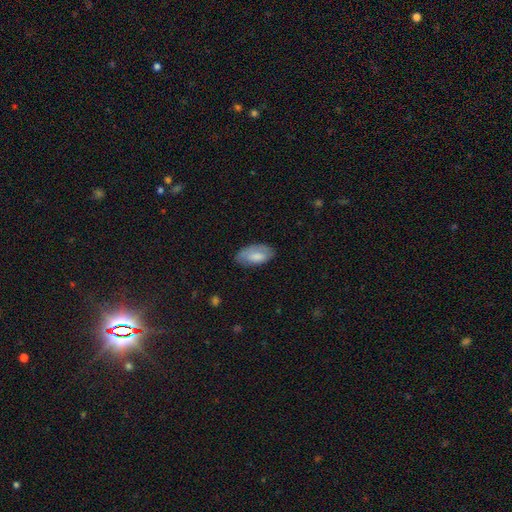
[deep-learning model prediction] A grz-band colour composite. It shows a smooth galaxy with no disk features (76%) that is in between round and cigar-shaped (94%). Merging: none (71%).